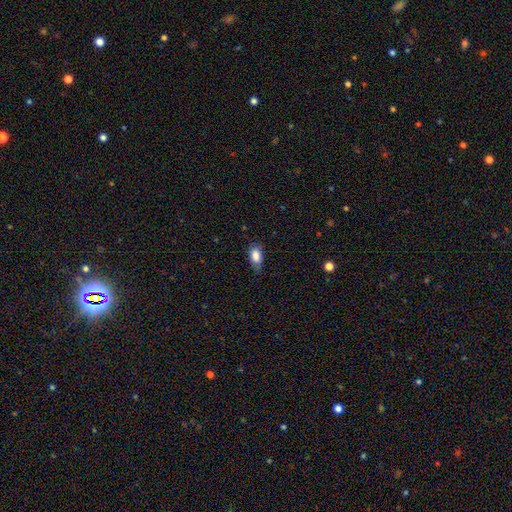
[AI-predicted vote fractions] Morphology: type=smooth (84%); roundness=in between (89%); merging=none (62%).